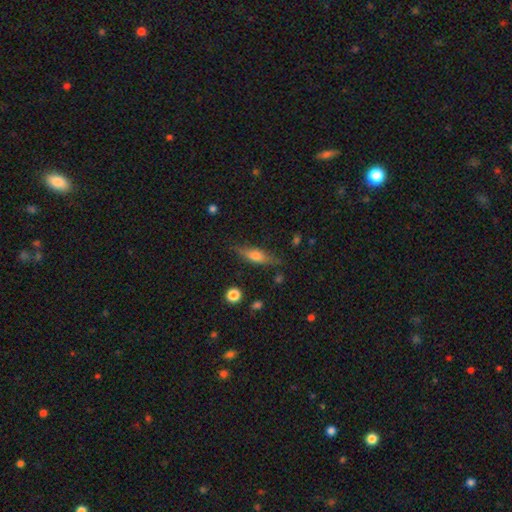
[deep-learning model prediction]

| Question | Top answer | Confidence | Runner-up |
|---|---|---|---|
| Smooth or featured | smooth | 55% | featured or disk (37%) |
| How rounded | cigar-shaped | 54% | in between (43%) |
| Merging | none | 77% | minor disturbance (17%) |